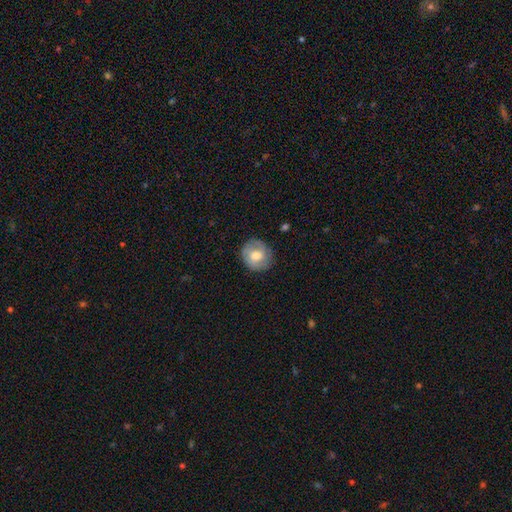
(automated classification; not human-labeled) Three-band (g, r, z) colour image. It shows a smooth galaxy with no disk features (58%) that is round (80%). Merging: none (79%).